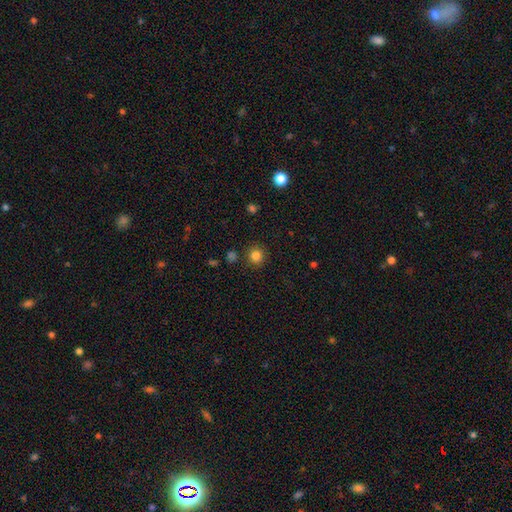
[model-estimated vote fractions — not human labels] A smooth galaxy with no disk features (83%) that is round (90%).

Vote fractions:
- Smooth or featured? smooth: 83% / star or artifact: 12% / featured or disk: 5%
- How rounded? round: 90% / in between: 9% / cigar-shaped: 1%
- Merging? none: 87% / minor disturbance: 8% / merger: 3% / major disturbance: 3%